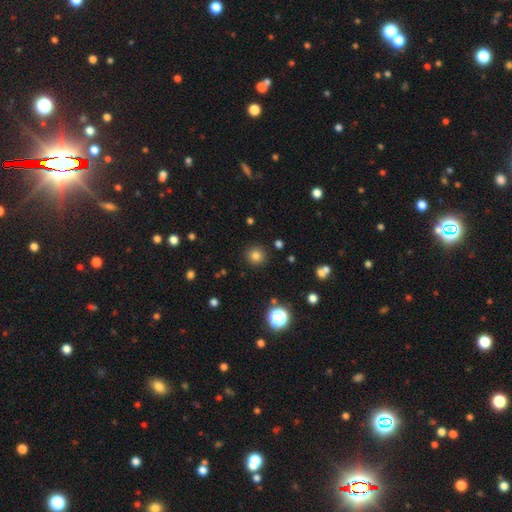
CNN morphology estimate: Smooth or featured?
  - smooth: 80% *
  - star or artifact: 14%
  - featured or disk: 6%
How rounded?
  - round: 94% *
  - in between: 5%
  - cigar-shaped: 1%
Merging?
  - none: 91% *
  - minor disturbance: 6%
  - major disturbance: 2%
  - merger: 1%